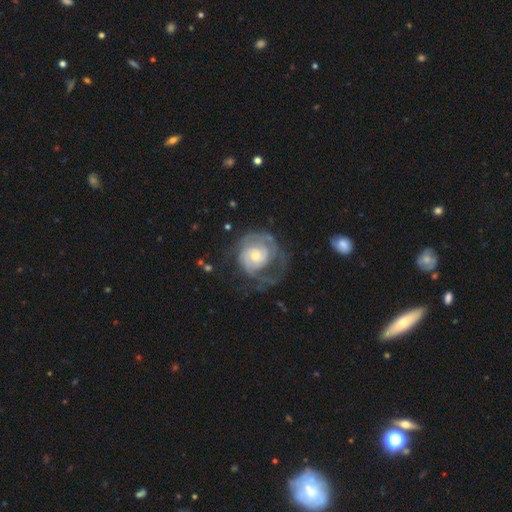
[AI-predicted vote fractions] This is likely a featured or disk galaxy (71%). It is clearly not viewed edge-on (97%). Bar: likely no (77%). Spiral arm pattern: likely yes (78%). Spiral arm count: marginally can't tell (40%). Spiral winding: possibly tight (55%). Central bulge: possibly small (51%). Merging: marginally none (40%).